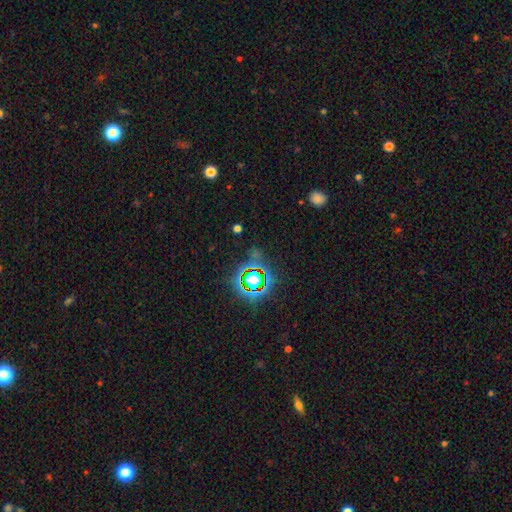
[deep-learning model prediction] smooth-or-featured: star or artifact: 74% | smooth: 17% | featured or disk: 9%